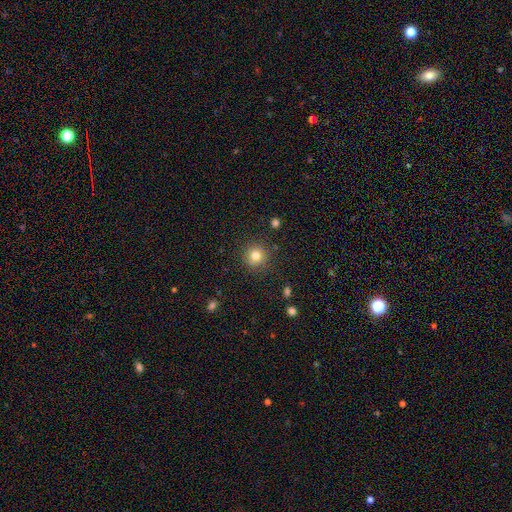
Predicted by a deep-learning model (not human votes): Smooth or featured? smooth (81%)
How rounded? round (93%)
Merging? none (88%)